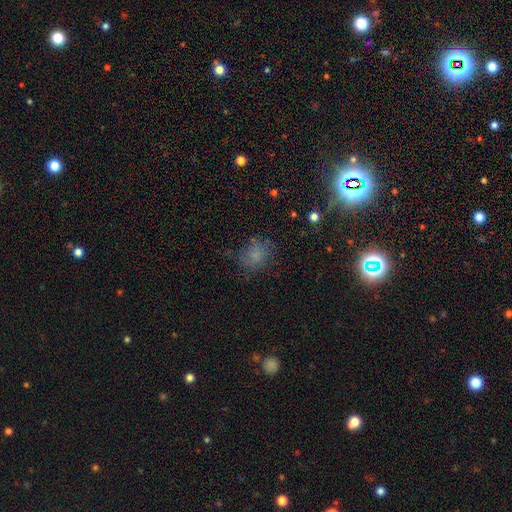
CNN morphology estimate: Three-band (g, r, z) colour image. It shows a smooth galaxy with no disk features (68%) that is round (54%). Merging: none (66%).